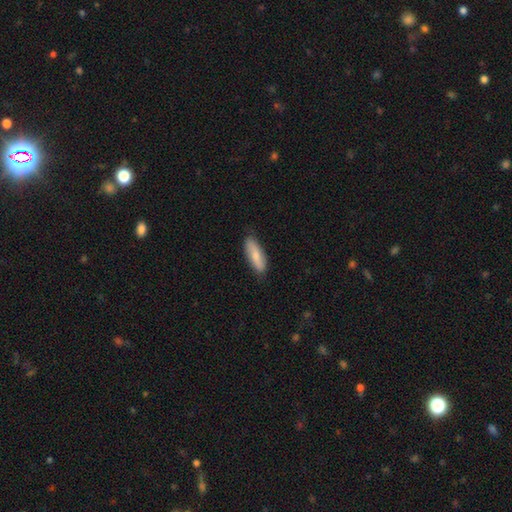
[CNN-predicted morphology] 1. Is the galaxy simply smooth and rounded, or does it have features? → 74% smooth, 21% featured or disk, 5% star or artifact.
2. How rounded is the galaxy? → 60% in between, 38% cigar-shaped, 2% round.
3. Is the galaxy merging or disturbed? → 82% none, 15% minor disturbance, 2% major disturbance, 1% merger.